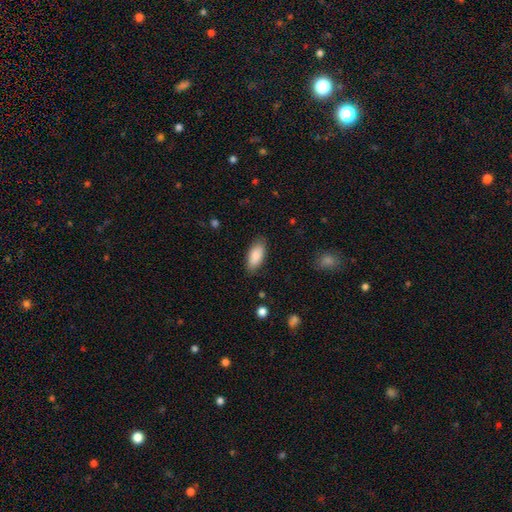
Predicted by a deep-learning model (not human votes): Smooth or featured: smooth — 88% (star or artifact — 6%)
How rounded: in between — 87% (cigar-shaped — 10%)
Merging: none — 85% (minor disturbance — 12%)